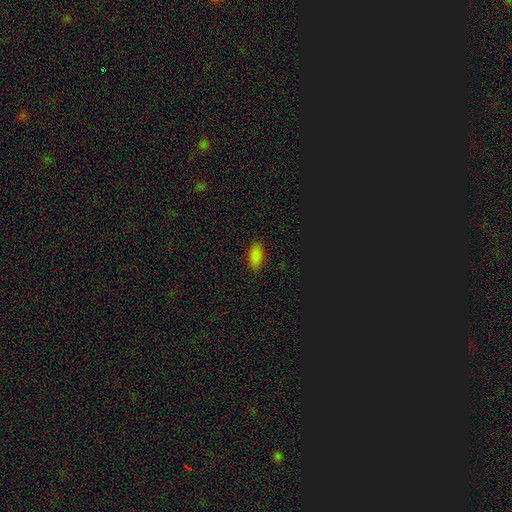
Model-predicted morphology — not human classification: Q: Smooth or featured?
A: smooth (83%); runner-up: star or artifact (13%)
Q: How rounded?
A: in between (92%); runner-up: cigar-shaped (4%)
Q: Merging?
A: none (85%); runner-up: minor disturbance (11%)